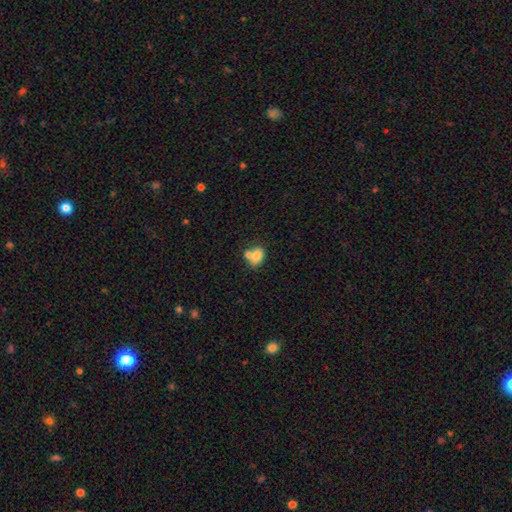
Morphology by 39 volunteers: smooth 90%, featured or disk 5%, star or artifact 5%. Down the decision tree: how rounded — in between (71%); merging — merger (51%).